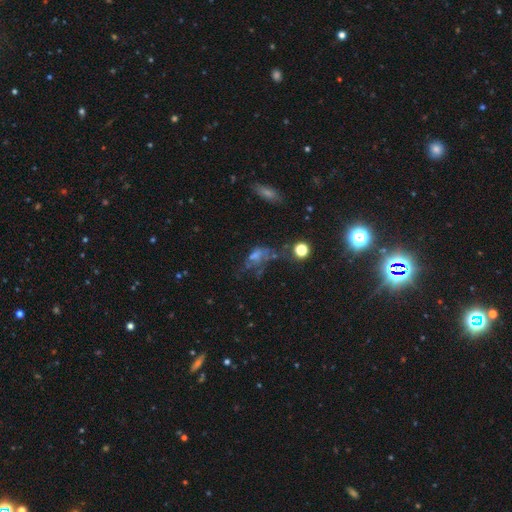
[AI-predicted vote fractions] Smooth or featured?
  - featured or disk: 36% *
  - star or artifact: 32%
  - smooth: 31%
Merging?
  - major disturbance: 36% *
  - none: 32%
  - minor disturbance: 18%
  - merger: 13%